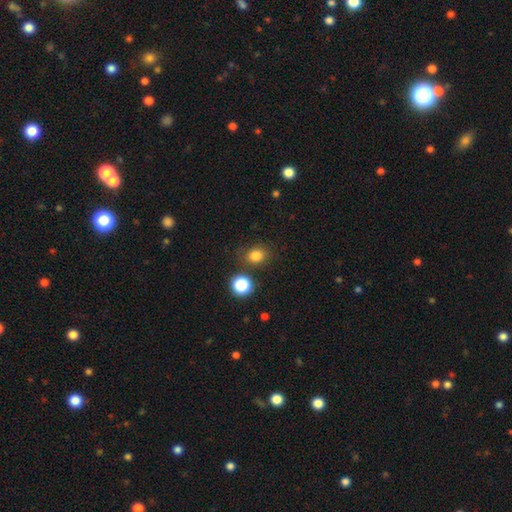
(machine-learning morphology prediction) smooth 80%, star or artifact 15%, featured or disk 5%. Down the decision tree: how rounded — round (65%); merging — none (80%).